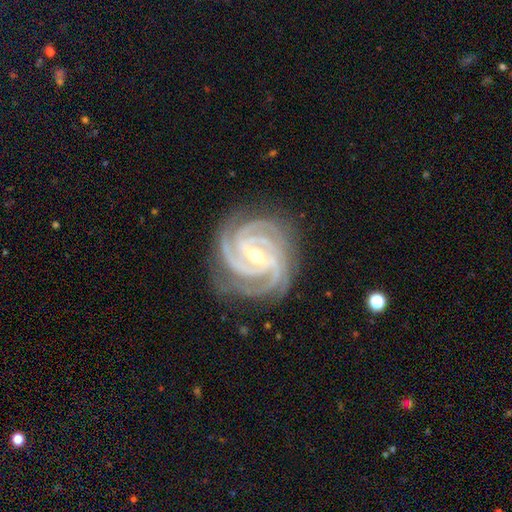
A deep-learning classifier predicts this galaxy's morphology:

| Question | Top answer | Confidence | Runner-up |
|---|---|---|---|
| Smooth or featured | featured or disk | 94% | star or artifact (3%) |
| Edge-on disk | no | 98% | yes (2%) |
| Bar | strong | 45% | weak (41%) |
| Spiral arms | yes | 99% | no (1%) |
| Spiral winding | tight | 76% | medium (22%) |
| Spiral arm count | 4 | 42% | 3 (38%) |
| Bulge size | moderate | 50% | small (47%) |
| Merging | none | 82% | minor disturbance (13%) |